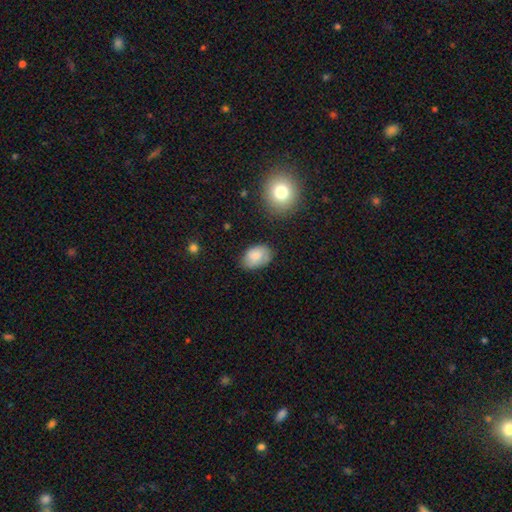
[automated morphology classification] Smooth or featured?
  - smooth: 75% *
  - featured or disk: 17%
  - star or artifact: 8%
How rounded?
  - in between: 85% *
  - round: 14%
  - cigar-shaped: 1%
Merging?
  - none: 66% *
  - minor disturbance: 25%
  - major disturbance: 6%
  - merger: 2%